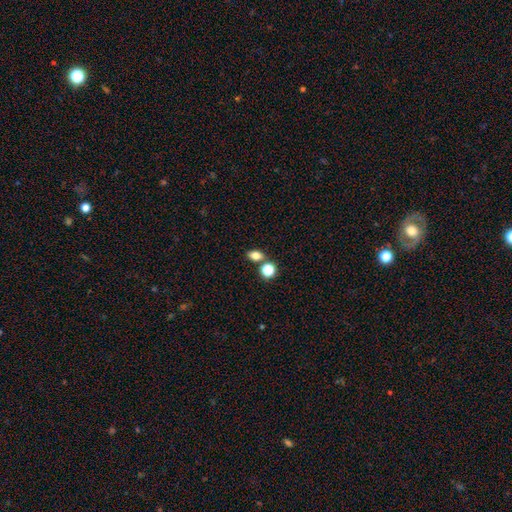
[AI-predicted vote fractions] smooth_or_featured: smooth (p=0.79) [alt: star or artifact p=0.13]
how_rounded: in between (p=0.70) [alt: round p=0.27]
merging: none (p=0.67) [alt: merger p=0.21]